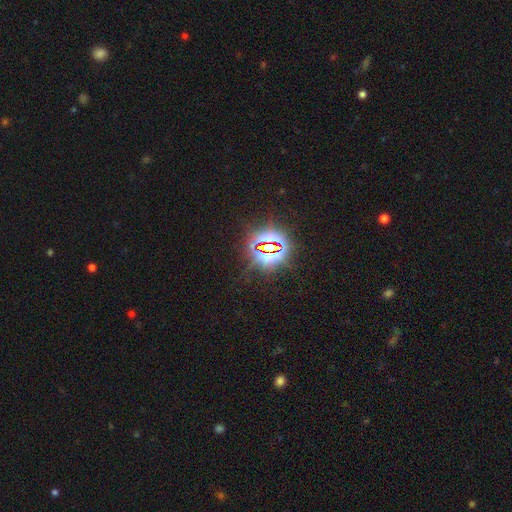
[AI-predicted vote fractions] Smooth or featured: star or artifact — 82% (smooth — 10%)